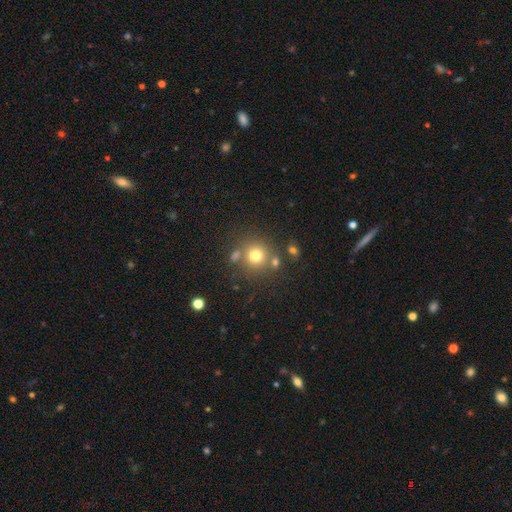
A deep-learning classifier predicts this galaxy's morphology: The model was most divided on "merging": none: 70%, merger: 15%, minor disturbance: 10%, major disturbance: 4%. More confident: how rounded — round (90%); smooth or featured — smooth (74%).